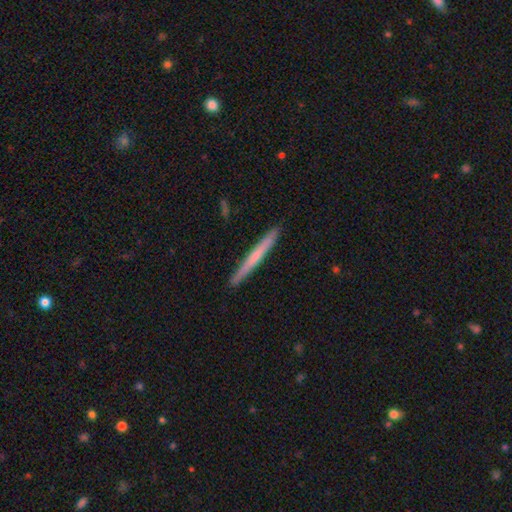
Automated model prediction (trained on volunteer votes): Morphology: type=smooth (50%); merging=none (91%).